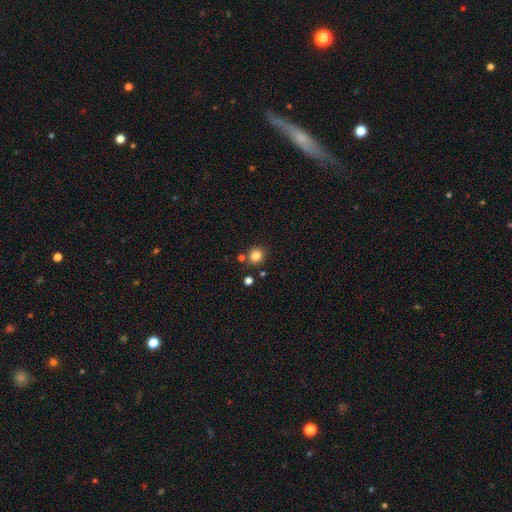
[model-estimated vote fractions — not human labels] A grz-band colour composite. It shows a smooth galaxy with no disk features (83%) that is round (82%). Merging: none (81%).